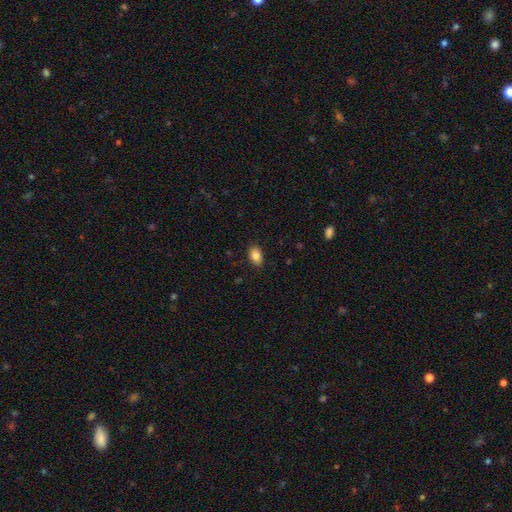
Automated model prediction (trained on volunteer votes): This is clearly a smooth galaxy (86%). How rounded: clearly in between (84%). Merging: clearly none (88%).